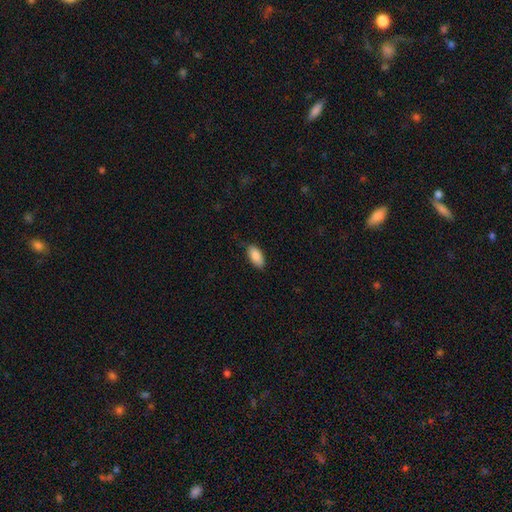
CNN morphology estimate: A smooth galaxy with no disk features (88%) that is in between round and cigar-shaped (92%). Merging: none (81%).